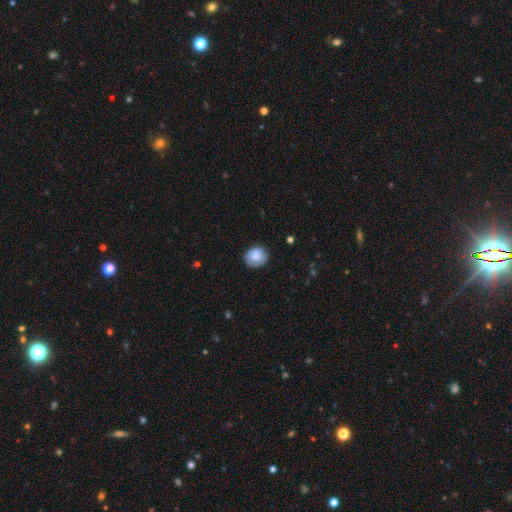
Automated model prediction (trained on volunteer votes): This appears to be a smooth galaxy with no disk features (83%) that is round (74%). Merging: none (81%).